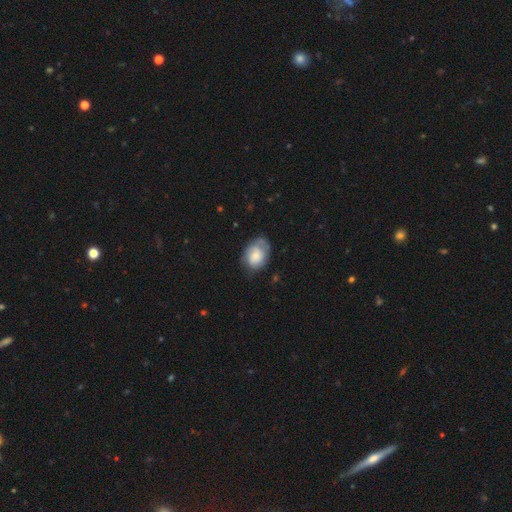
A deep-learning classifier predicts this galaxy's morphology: smooth_or_featured: smooth (p=0.56) [alt: featured or disk p=0.36]
how_rounded: in between (p=0.73) [alt: round p=0.26]
merging: none (p=0.56) [alt: minor disturbance p=0.30]